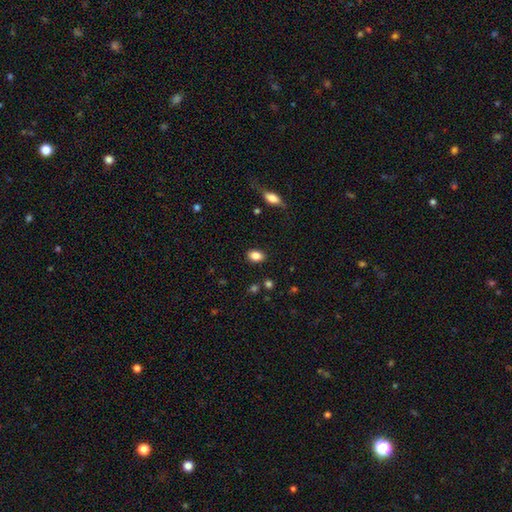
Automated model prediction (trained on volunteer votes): The model was most divided on "how rounded": in between: 77%, round: 21%, cigar-shaped: 2%. More confident: merging — none (87%); smooth or featured — smooth (85%).